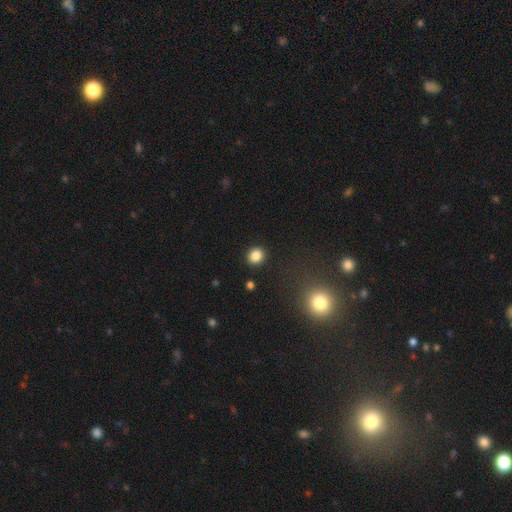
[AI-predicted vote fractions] This appears to be a smooth galaxy with no disk features (85%) that is round (78%). Merging: none (91%).